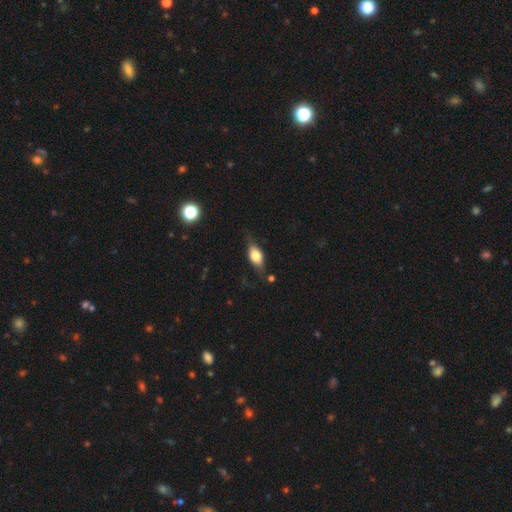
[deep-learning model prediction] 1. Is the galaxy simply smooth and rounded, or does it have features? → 57% smooth, 35% featured or disk, 8% star or artifact.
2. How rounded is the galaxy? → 77% in between, 14% cigar-shaped, 9% round.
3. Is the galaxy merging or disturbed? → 71% none, 20% minor disturbance, 7% major disturbance, 2% merger.